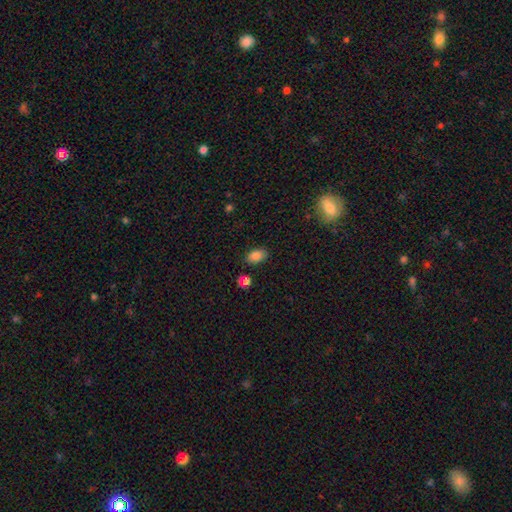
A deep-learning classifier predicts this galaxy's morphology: A smooth galaxy with no disk features (84%) that is in between round and cigar-shaped (87%). Merging: none (85%).